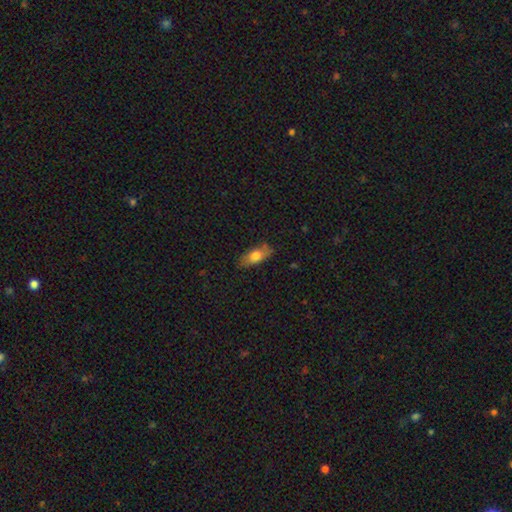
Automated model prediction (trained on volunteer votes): Smooth or featured: smooth — 72% (featured or disk — 21%)
How rounded: in between — 79% (cigar-shaped — 16%)
Merging: none — 75% (minor disturbance — 19%)